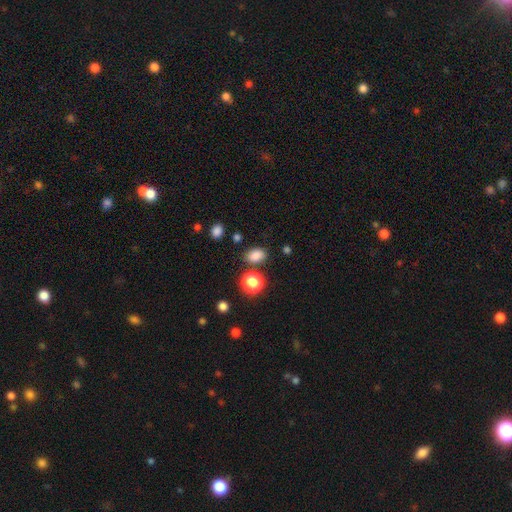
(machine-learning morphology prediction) smooth 83%, star or artifact 13%, featured or disk 4%. Down the decision tree: how rounded — in between (74%); merging — none (80%).